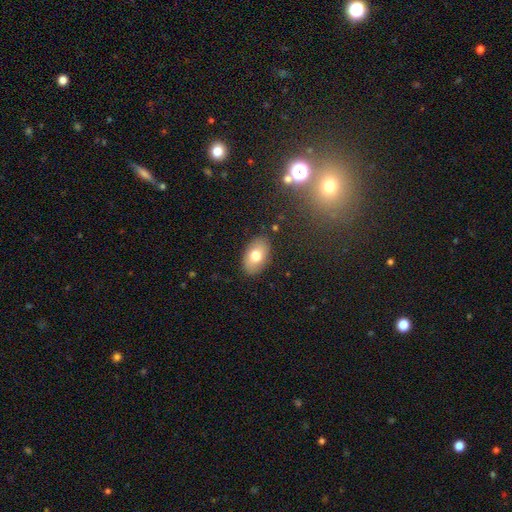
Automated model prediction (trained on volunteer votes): Overall: smooth (75%). How rounded: in between (92%). Merging: none (86%).